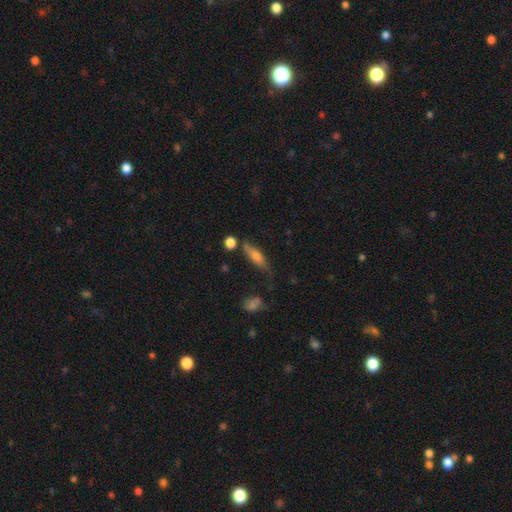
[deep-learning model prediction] This is likely a smooth galaxy (62%). How rounded: possibly cigar-shaped (58%). Merging: likely none (61%).